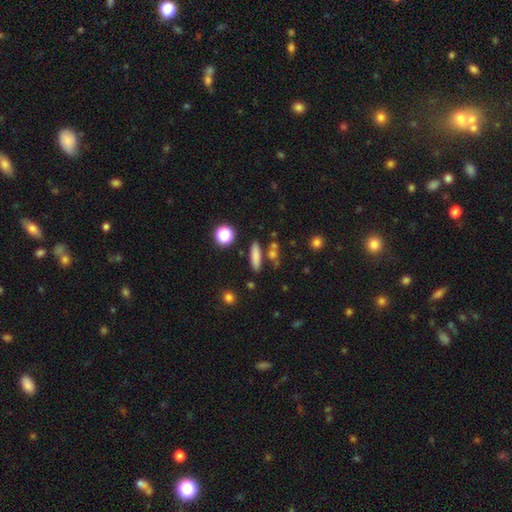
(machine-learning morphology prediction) smooth-or-featured: smooth: 79% | featured or disk: 11% | star or artifact: 10%
  how-rounded: cigar-shaped: 66% | in between: 29% | round: 5%
  merging: none: 78% | minor disturbance: 10% | merger: 9% | major disturbance: 3%